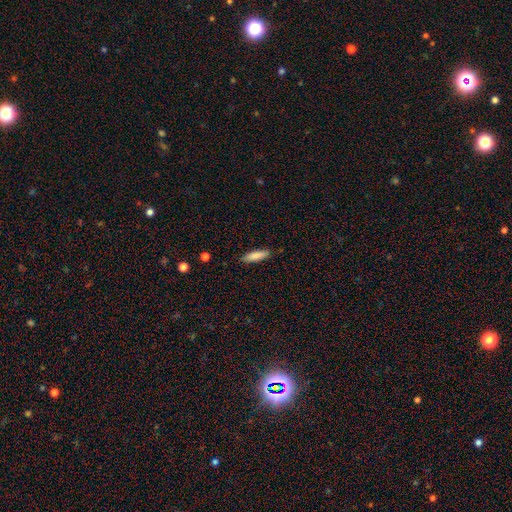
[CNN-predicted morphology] Smooth or featured? smooth (85%)
How rounded? cigar-shaped (67%)
Merging? none (86%)